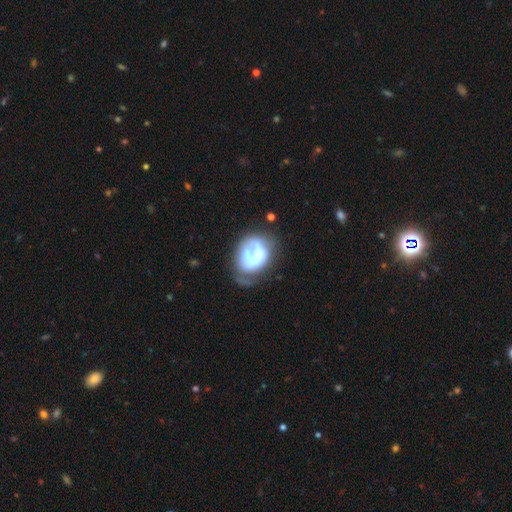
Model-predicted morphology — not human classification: Smooth or featured? Predicted: featured or disk (p=0.53). Edge-on disk? Predicted: no (p=0.97). Bar? Predicted: no (p=0.74). Spiral arms? Predicted: no (p=0.57). Bulge size? Predicted: moderate (p=0.41). Merging? Predicted: major disturbance (p=0.35).